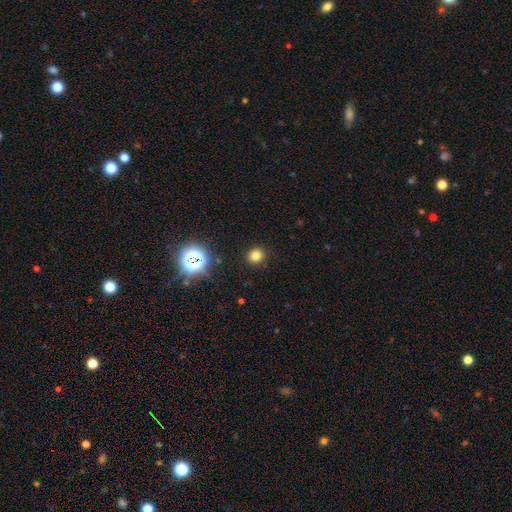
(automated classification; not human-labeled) This appears to be a smooth galaxy with no disk features (77%) that is round (89%). Merging: none (91%).